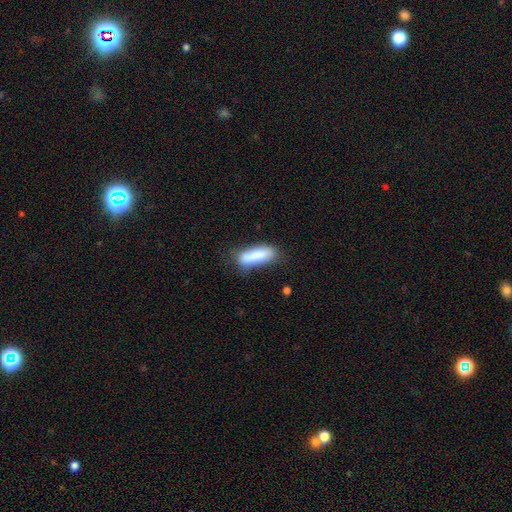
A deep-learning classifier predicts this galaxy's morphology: smooth 82%, featured or disk 12%, star or artifact 7%. Down the decision tree: how rounded — in between (50%); merging — none (59%).